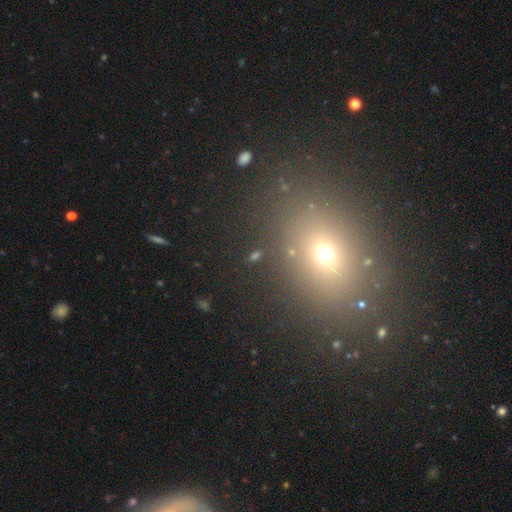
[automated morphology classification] Q: Smooth or featured?
A: smooth (53%); runner-up: star or artifact (35%)
Q: How rounded?
A: in between (49%); runner-up: round (47%)
Q: Merging?
A: none (84%); runner-up: minor disturbance (8%)